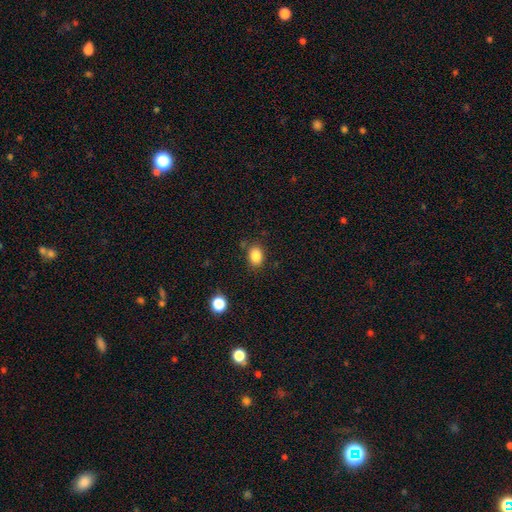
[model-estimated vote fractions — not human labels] Q: Smooth or featured?
A: smooth (85%); runner-up: star or artifact (10%)
Q: How rounded?
A: in between (68%); runner-up: round (31%)
Q: Merging?
A: none (82%); runner-up: minor disturbance (11%)